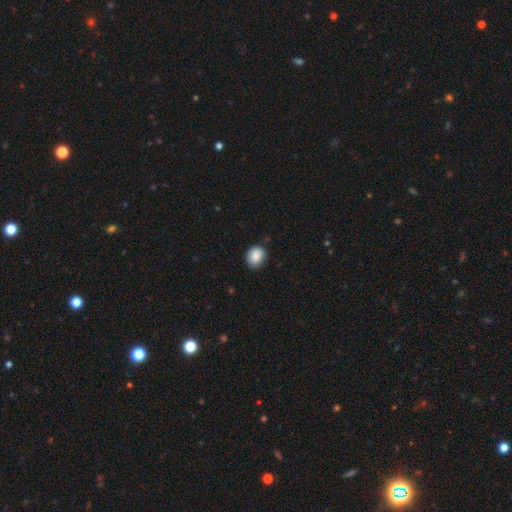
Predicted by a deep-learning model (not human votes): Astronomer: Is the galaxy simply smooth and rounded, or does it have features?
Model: smooth — 86%.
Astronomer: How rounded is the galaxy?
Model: round — 55% (runner-up: in between, 44%).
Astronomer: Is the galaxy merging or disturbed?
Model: none — 81%.